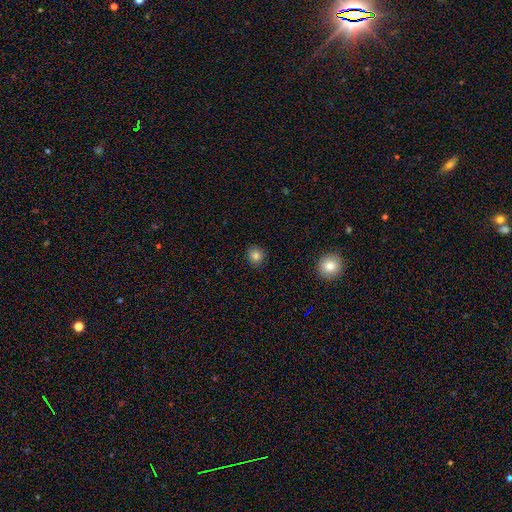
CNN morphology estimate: Q: Smooth or featured?
A: smooth (82%); runner-up: star or artifact (12%)
Q: How rounded?
A: round (82%); runner-up: in between (17%)
Q: Merging?
A: none (88%); runner-up: minor disturbance (9%)